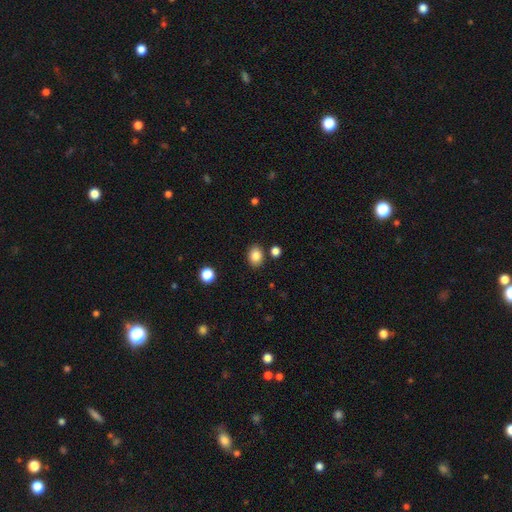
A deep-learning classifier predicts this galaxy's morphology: This is clearly a smooth galaxy (85%). How rounded: possibly in between (56%). Merging: clearly none (85%).